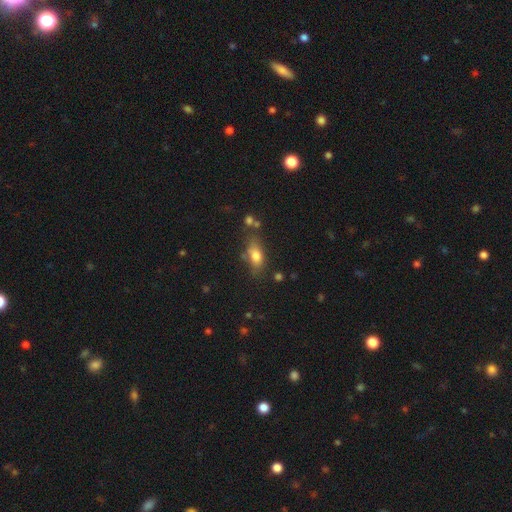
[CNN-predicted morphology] A smooth galaxy with no disk features (76%) that is in between round and cigar-shaped (79%).

Vote fractions:
- Smooth or featured? smooth: 76% / featured or disk: 15% / star or artifact: 10%
- How rounded? in between: 79% / cigar-shaped: 12% / round: 10%
- Merging? none: 63% / minor disturbance: 20% / merger: 9% / major disturbance: 7%